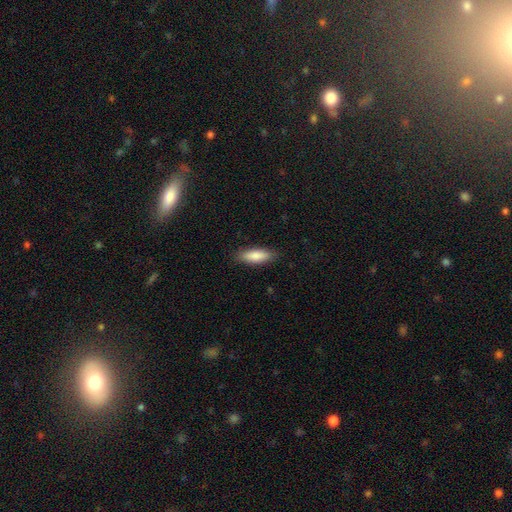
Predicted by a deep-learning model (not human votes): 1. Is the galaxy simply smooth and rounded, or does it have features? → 84% smooth, 10% featured or disk, 6% star or artifact.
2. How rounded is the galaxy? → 59% in between, 39% cigar-shaped, 2% round.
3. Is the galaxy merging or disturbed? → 87% none, 10% minor disturbance, 2% major disturbance, 1% merger.